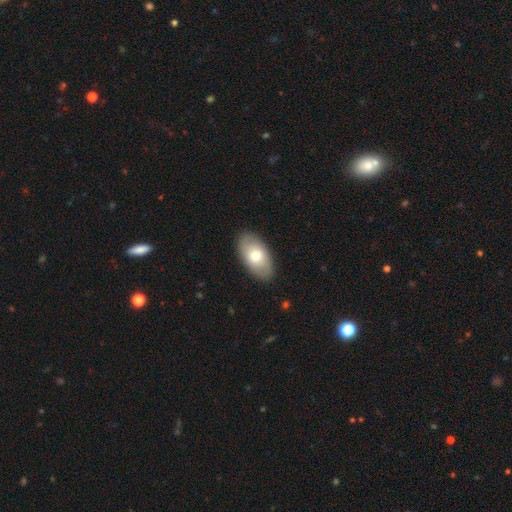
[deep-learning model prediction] Smooth or featured: smooth — 71% (featured or disk — 23%)
How rounded: in between — 94% (round — 4%)
Merging: none — 88% (minor disturbance — 9%)